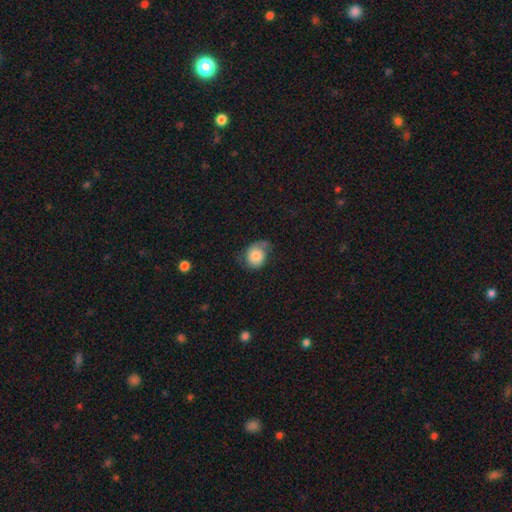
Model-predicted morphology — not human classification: Q: Smooth or featured?
A: smooth (64%); runner-up: featured or disk (28%)
Q: How rounded?
A: round (63%); runner-up: in between (36%)
Q: Merging?
A: none (47%); runner-up: minor disturbance (33%)